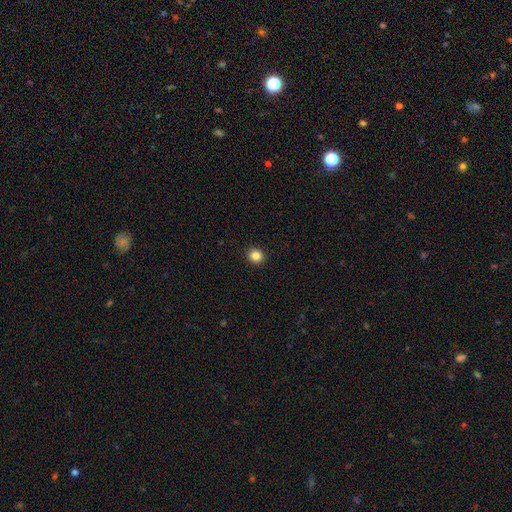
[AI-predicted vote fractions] Smooth or featured? smooth (85%)
How rounded? round (86%)
Merging? none (93%)